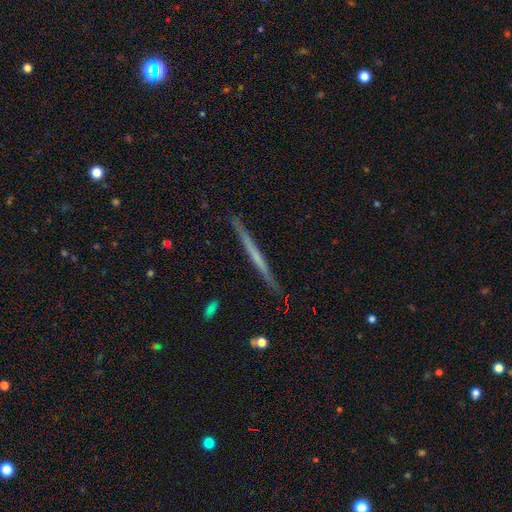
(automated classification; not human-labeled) This is possibly a featured or disk galaxy (59%). It is clearly viewed edge-on (98%). Edge-on bulge: clearly none (85%). Merging: clearly none (90%).